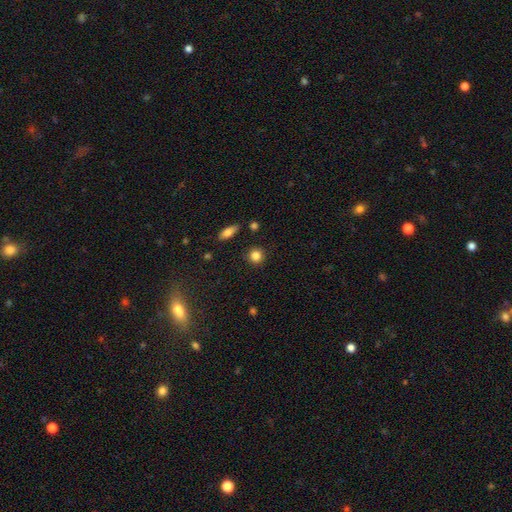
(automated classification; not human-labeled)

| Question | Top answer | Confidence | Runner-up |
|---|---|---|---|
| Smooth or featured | smooth | 84% | star or artifact (10%) |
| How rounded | round | 90% | in between (9%) |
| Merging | none | 89% | minor disturbance (7%) |